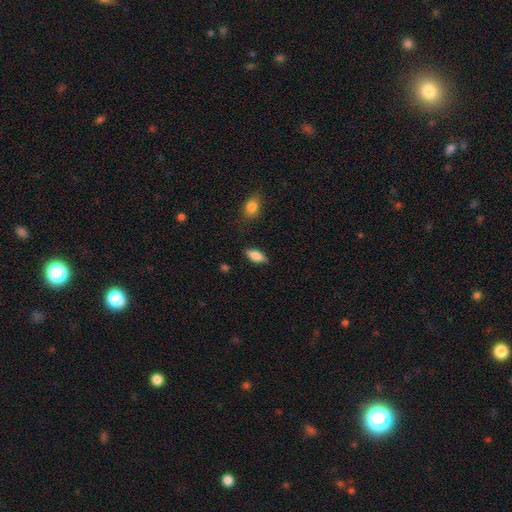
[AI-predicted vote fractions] The model was most divided on "smooth or featured": smooth: 81%, featured or disk: 12%, star or artifact: 7%. More confident: merging — none (84%); how rounded — in between (84%).